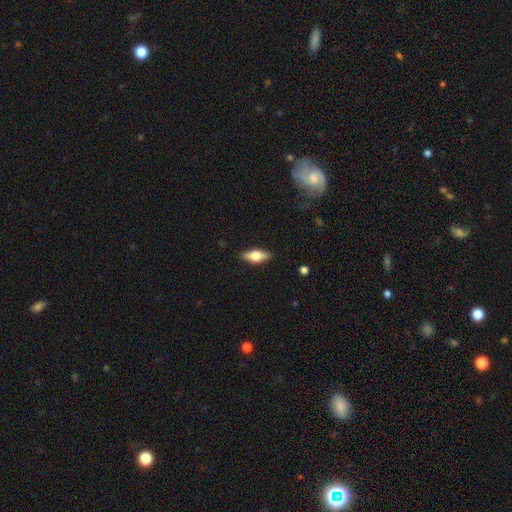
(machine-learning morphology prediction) A smooth galaxy with no disk features (54%) that is in between round and cigar-shaped (73%). Merging: none (87%).